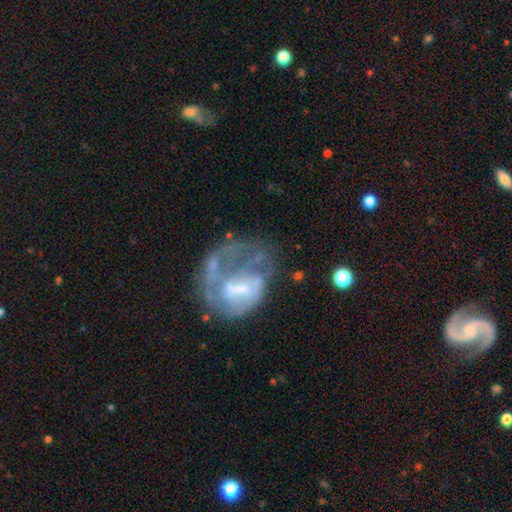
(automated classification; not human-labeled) Smooth or featured? Predicted: featured or disk (p=0.66). Edge-on disk? Predicted: no (p=0.97). Bar? Predicted: no (p=0.55). Spiral arms? Predicted: no (p=0.55). Bulge size? Predicted: small (p=0.37). Merging? Predicted: major disturbance (p=0.42).